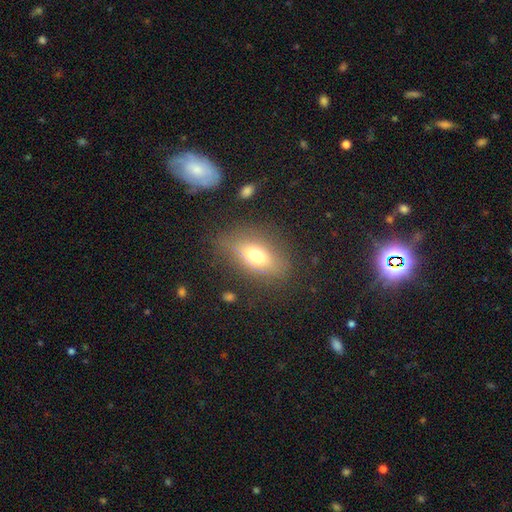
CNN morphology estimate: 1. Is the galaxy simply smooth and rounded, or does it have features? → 68% smooth, 21% featured or disk, 11% star or artifact.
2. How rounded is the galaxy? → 82% in between, 11% round, 7% cigar-shaped.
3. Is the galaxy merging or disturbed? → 72% none, 18% minor disturbance, 8% major disturbance, 2% merger.